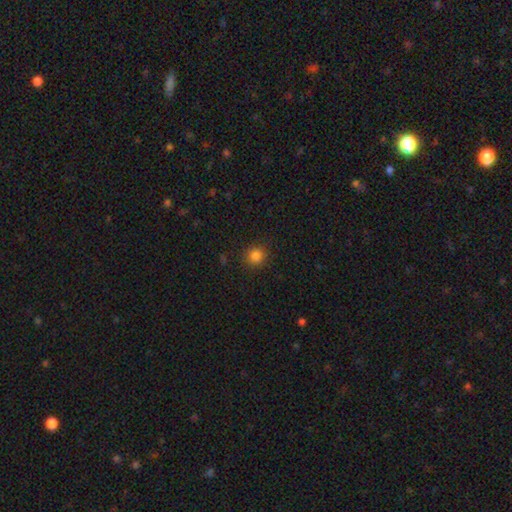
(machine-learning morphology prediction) Smooth or featured? Predicted: smooth (p=0.83). How rounded? Predicted: round (p=0.92). Merging? Predicted: none (p=0.90).